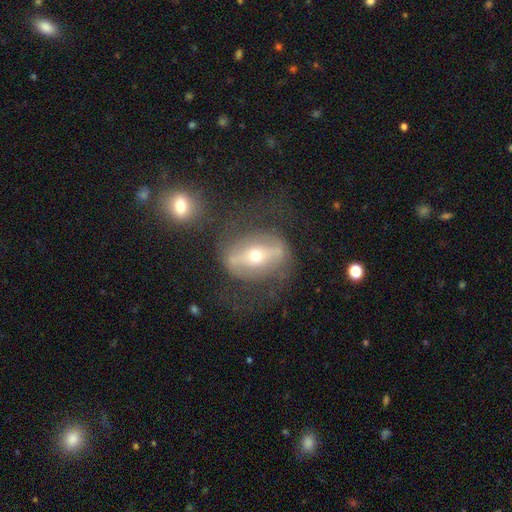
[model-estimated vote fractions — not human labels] This is likely a featured or disk galaxy (73%). It is clearly not viewed edge-on (86%). Bar: likely strong (70%). Spiral arm pattern: possibly no (59%). Central bulge: possibly moderate (54%). Merging: likely none (63%).